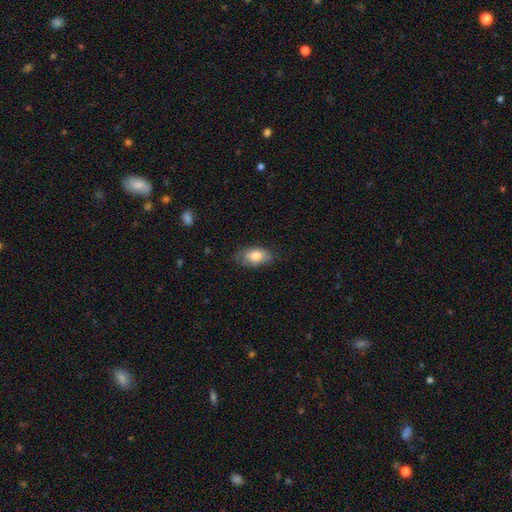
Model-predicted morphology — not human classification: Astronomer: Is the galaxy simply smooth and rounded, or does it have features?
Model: smooth — 79%.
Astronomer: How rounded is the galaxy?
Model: in between — 91%.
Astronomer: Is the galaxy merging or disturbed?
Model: none — 72%.